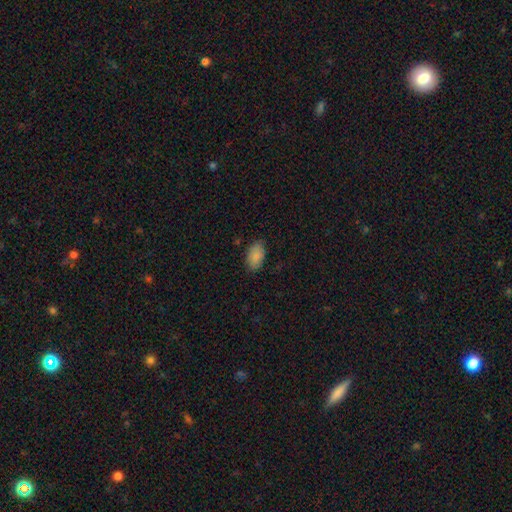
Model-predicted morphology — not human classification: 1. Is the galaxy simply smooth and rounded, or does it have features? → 87% smooth, 7% star or artifact, 6% featured or disk.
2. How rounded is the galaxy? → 92% in between, 7% round, 1% cigar-shaped.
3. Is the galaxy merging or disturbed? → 82% none, 14% minor disturbance, 3% major disturbance, 1% merger.